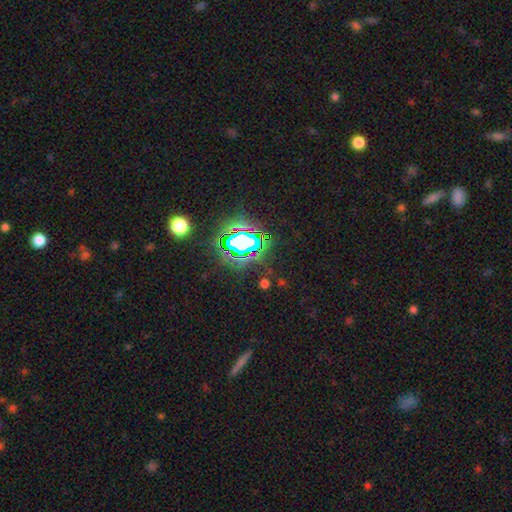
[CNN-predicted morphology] This is likely a star or artifact rather than a galaxy (78%).